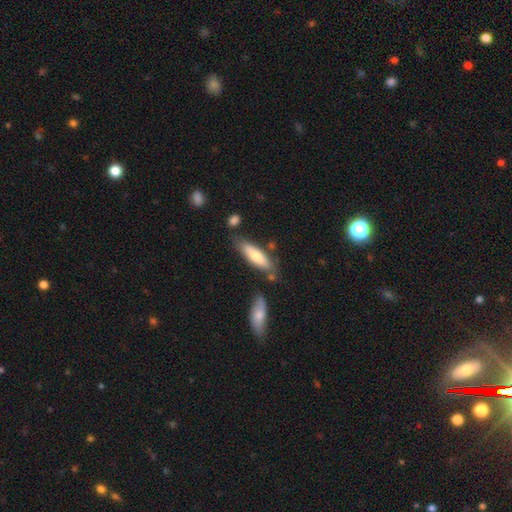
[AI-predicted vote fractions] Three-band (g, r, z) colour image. It shows a smooth galaxy with no disk features (69%) that is cigar-shaped (58%). Merging: none (70%).